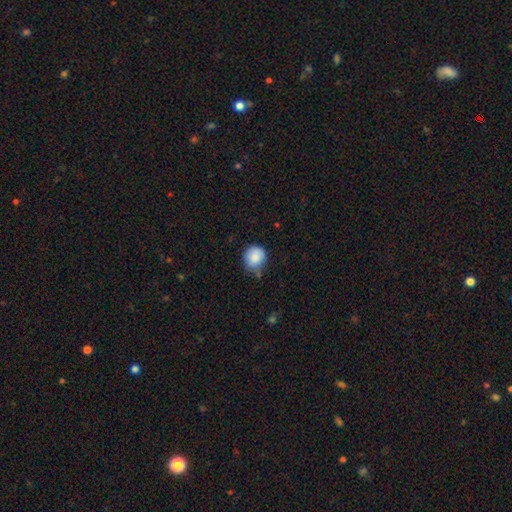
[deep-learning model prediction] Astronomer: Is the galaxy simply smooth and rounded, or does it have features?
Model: smooth — 86%.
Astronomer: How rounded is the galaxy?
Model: round — 86%.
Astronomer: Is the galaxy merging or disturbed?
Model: none — 62%.